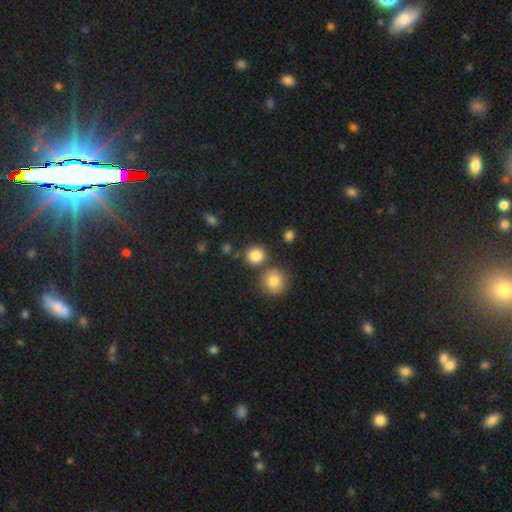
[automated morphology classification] Smooth or featured?
  - smooth: 84% *
  - star or artifact: 11%
  - featured or disk: 5%
How rounded?
  - round: 85% *
  - in between: 14%
  - cigar-shaped: 1%
Merging?
  - none: 73% *
  - merger: 15%
  - minor disturbance: 9%
  - major disturbance: 3%